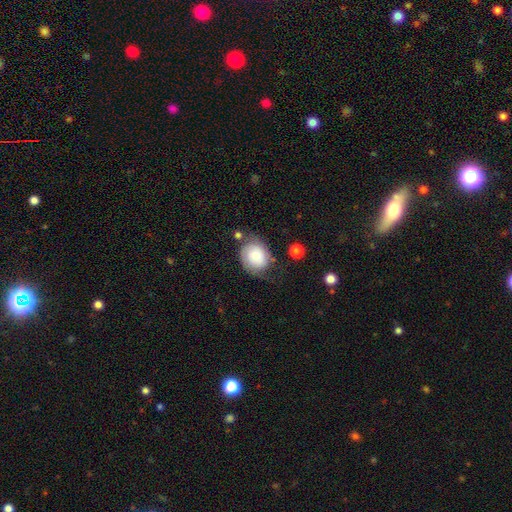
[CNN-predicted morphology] Smooth or featured? smooth (58%)
How rounded? round (64%)
Merging? none (54%)